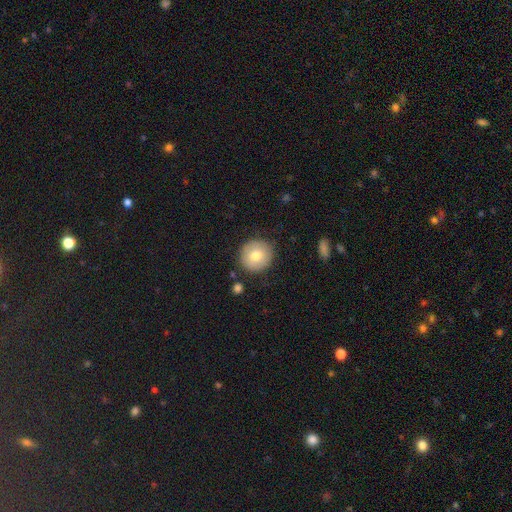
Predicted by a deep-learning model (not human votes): Smooth or featured? Predicted: smooth (p=0.75). How rounded? Predicted: round (p=0.94). Merging? Predicted: none (p=0.86).